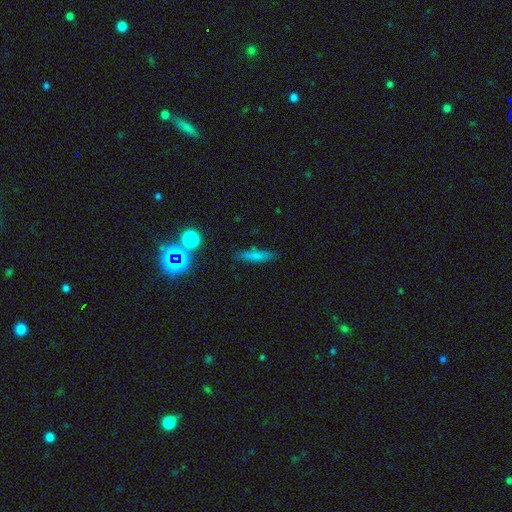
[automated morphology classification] smooth_or_featured: smooth (p=0.70) [alt: featured or disk p=0.18]
how_rounded: cigar-shaped (p=0.71) [alt: in between p=0.26]
merging: none (p=0.80) [alt: minor disturbance p=0.13]